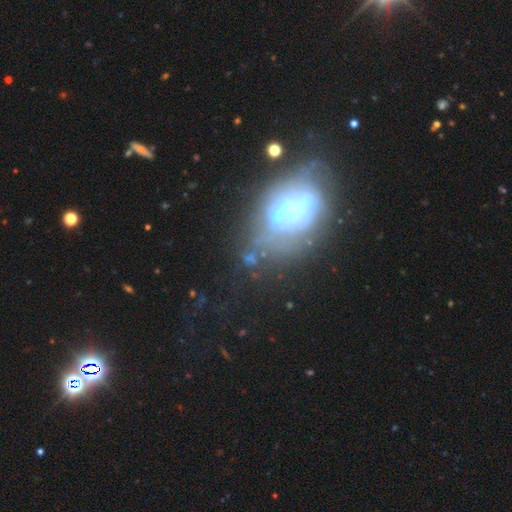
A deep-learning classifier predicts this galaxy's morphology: A featured or disk galaxy (55%) with no bar (86%), no spiral arms (86%) and a moderate central bulge (31%).

Vote fractions:
- Smooth or featured? featured or disk: 55% / smooth: 24% / star or artifact: 20%
- Edge-on disk? no: 92% / yes: 8%
- Bar? no: 86% / weak: 9% / strong: 5%
- Spiral arms? no: 86% / yes: 14%
- Bulge size? moderate: 31% / none: 25% / small: 23% / large: 15% / dominant: 6%
- Merging? none: 38% / major disturbance: 24% / merger: 20% / minor disturbance: 18%